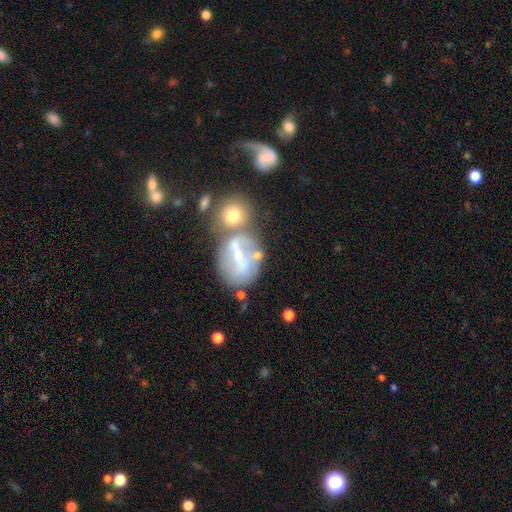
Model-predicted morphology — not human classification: This is possibly a featured or disk galaxy (51%). It is clearly not viewed edge-on (95%). Merging: marginally merger (35%).